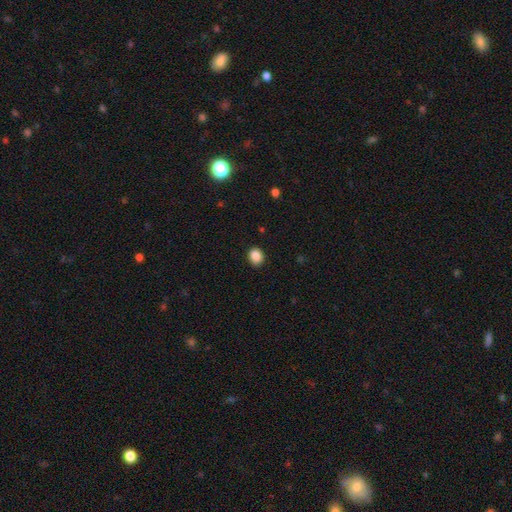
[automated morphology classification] smooth 87%, star or artifact 10%, featured or disk 3%. Down the decision tree: how rounded — round (58%); merging — none (88%).